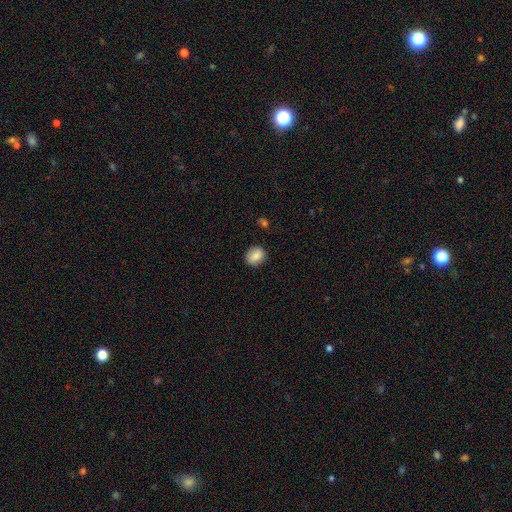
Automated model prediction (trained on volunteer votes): Overall: smooth (82%). How rounded: round (73%). Merging: none (84%).